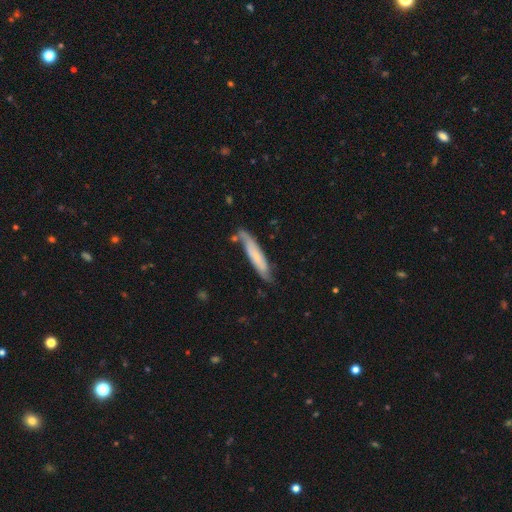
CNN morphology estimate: A smooth galaxy with no disk features (55%) that is cigar-shaped (87%).

Vote fractions:
- Smooth or featured? smooth: 55% / featured or disk: 39% / star or artifact: 6%
- How rounded? cigar-shaped: 87% / in between: 12% / round: 1%
- Merging? none: 68% / minor disturbance: 22% / merger: 6% / major disturbance: 5%